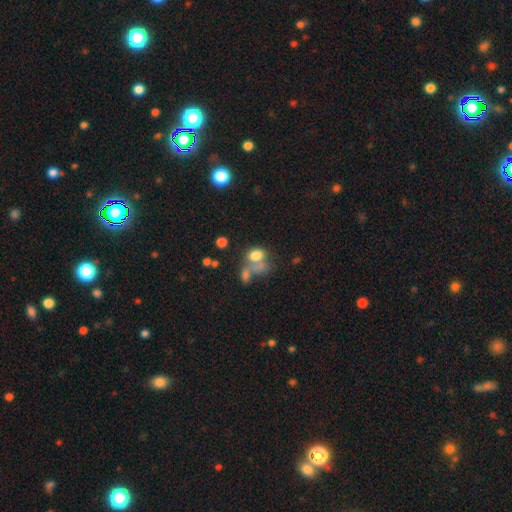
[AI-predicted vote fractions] Smooth or featured? Predicted: smooth (p=0.71). How rounded? Predicted: in between (p=0.66). Merging? Predicted: merger (p=0.43).